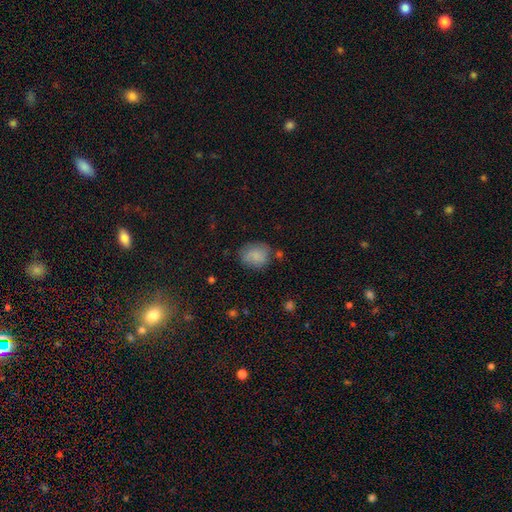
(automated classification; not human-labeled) Smooth or featured?
  - smooth: 80% *
  - featured or disk: 12%
  - star or artifact: 8%
How rounded?
  - round: 58% *
  - in between: 41%
  - cigar-shaped: 1%
Merging?
  - none: 67% *
  - minor disturbance: 22%
  - major disturbance: 7%
  - merger: 4%